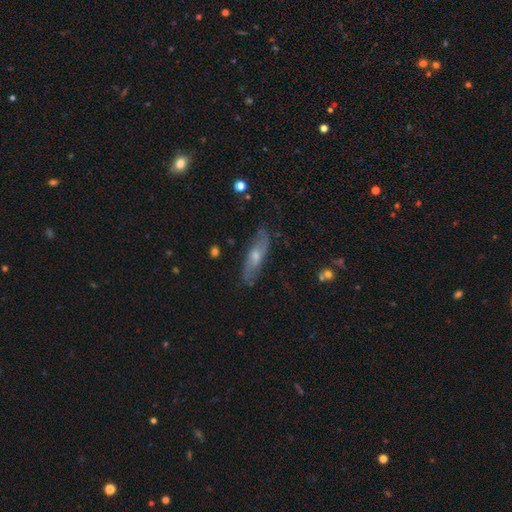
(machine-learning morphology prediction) This appears to be a featured or disk galaxy (55%). Merging: none (80%).